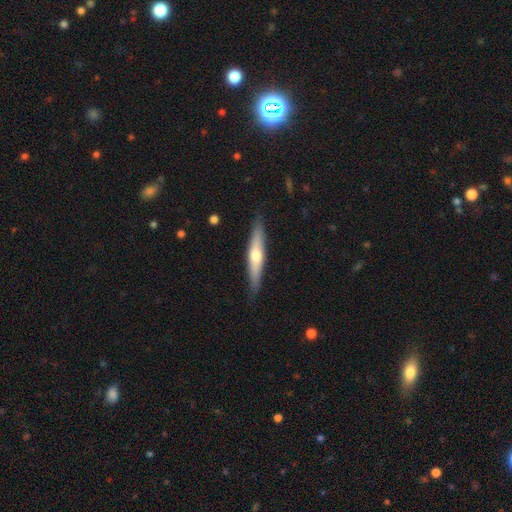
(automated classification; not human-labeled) Overall: featured or disk (51%; smooth 44%). Edge-on disk: yes (93%). Merging: none (88%).